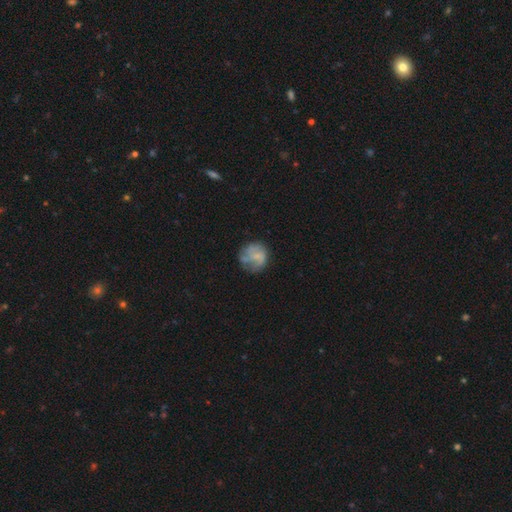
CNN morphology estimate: A featured or disk galaxy (46%).

Vote fractions:
- Smooth or featured? featured or disk: 46% / smooth: 45% / star or artifact: 9%
- Merging? none: 63% / minor disturbance: 22% / major disturbance: 13% / merger: 2%